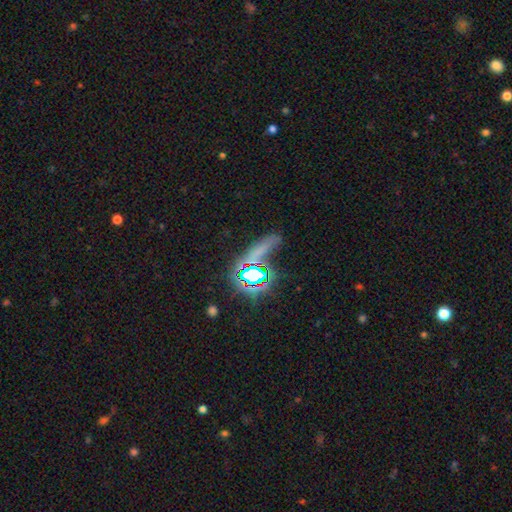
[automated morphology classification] This is possibly a star or artifact rather than a galaxy (56%).